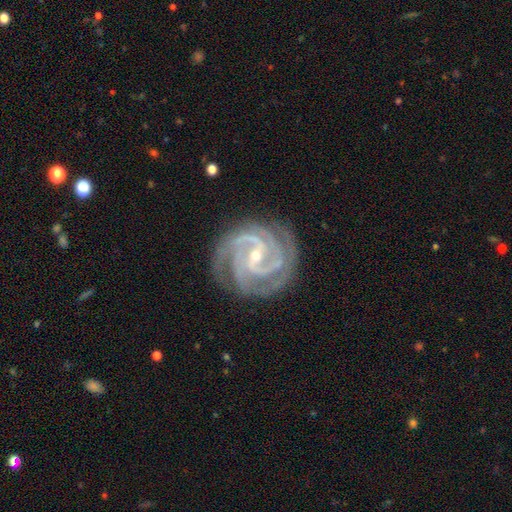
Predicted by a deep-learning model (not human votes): smooth-or-featured: featured or disk: 93% | star or artifact: 4% | smooth: 2%
  disk-edge-on: no: 98% | yes: 2%
    bar: weak: 43% | strong: 34% | no: 23%
    has-spiral-arms: yes: 99% | no: 1%
      spiral-winding: tight: 63% | medium: 34% | loose: 3%
      spiral-arm-count: 3: 44% | 4: 25% | 2: 14% | can't tell: 7% | more than 4: 5% | 1: 5%
    bulge-size: small: 70% | moderate: 27% | none: 1% | large: 1% | dominant: 1%
  merging: none: 81% | minor disturbance: 14% | major disturbance: 4% | merger: 1%